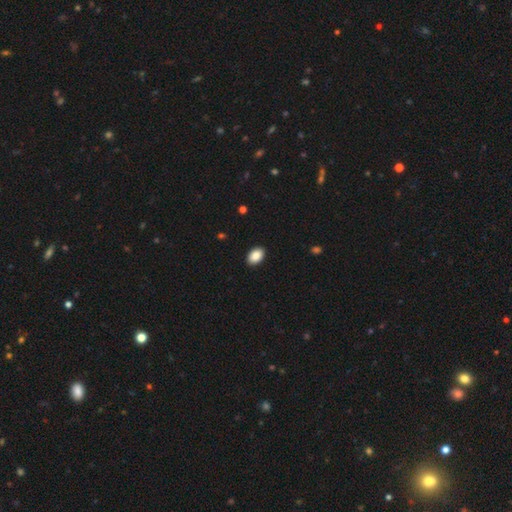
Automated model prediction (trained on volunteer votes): Overall: smooth (89%). How rounded: in between (88%). Merging: none (91%).